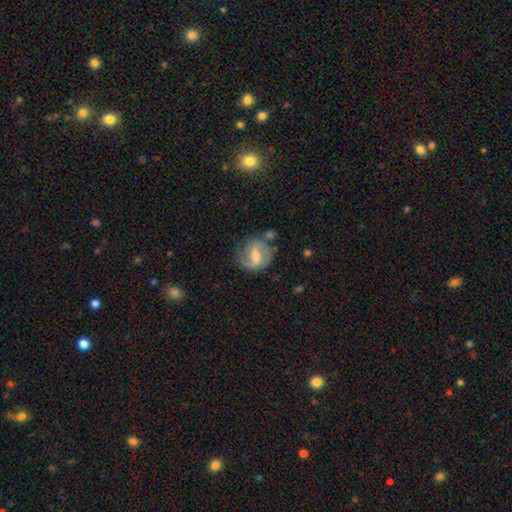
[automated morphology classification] Overall: featured or disk (76%). Edge-on disk: no (97%). Bar: weak (51%; strong 31%). Spiral arms: yes (92%). Spiral arm count: 2 (83%). Spiral winding: medium (49%; loose 30%). Bulge size: moderate (49%; small 45%). Merging: none (67%).